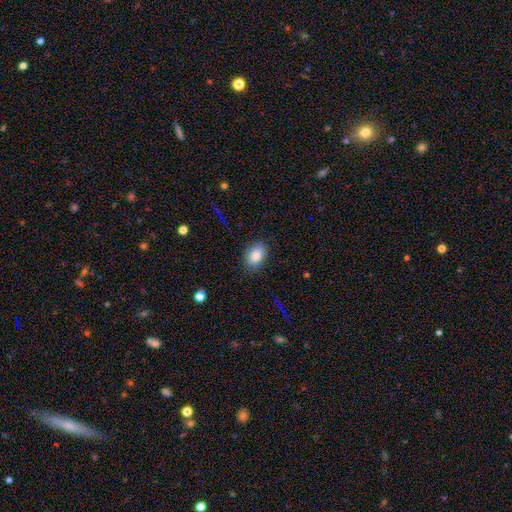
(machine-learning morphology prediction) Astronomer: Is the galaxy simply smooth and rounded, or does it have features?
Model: smooth — 85%.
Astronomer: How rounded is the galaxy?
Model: in between — 85%.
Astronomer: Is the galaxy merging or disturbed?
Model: none — 83%.